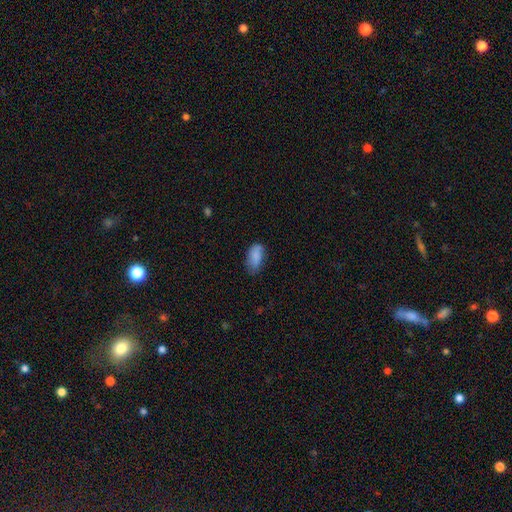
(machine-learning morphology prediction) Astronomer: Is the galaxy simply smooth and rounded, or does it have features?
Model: smooth — 84%.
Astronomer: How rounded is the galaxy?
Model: in between — 92%.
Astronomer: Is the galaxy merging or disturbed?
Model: none — 60%.